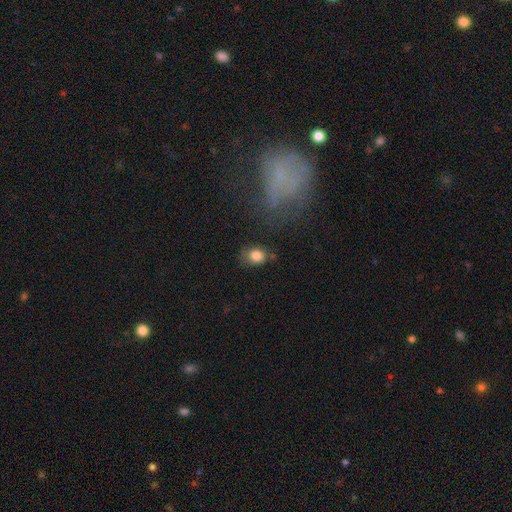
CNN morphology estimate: A smooth galaxy with no disk features (82%) that is round (54%). Merging: none (64%).